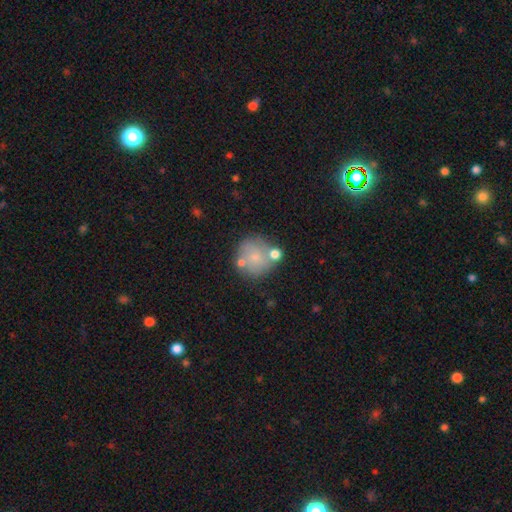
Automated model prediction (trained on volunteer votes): smooth-or-featured: smooth: 69% | featured or disk: 21% | star or artifact: 11%
  how-rounded: round: 90% | in between: 9% | cigar-shaped: 1%
  merging: none: 62% | merger: 17% | minor disturbance: 15% | major disturbance: 6%